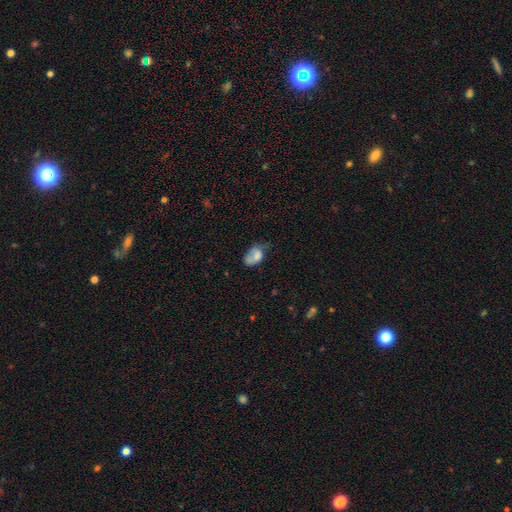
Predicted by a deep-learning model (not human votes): smooth_or_featured: smooth (p=0.71) [alt: featured or disk p=0.21]
how_rounded: in between (p=0.88) [alt: round p=0.10]
merging: minor disturbance (p=0.38) [alt: none p=0.31]